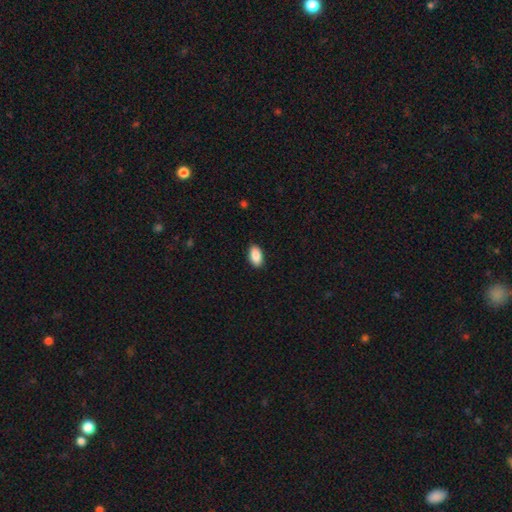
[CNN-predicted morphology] Smooth or featured?
  - smooth: 89% *
  - star or artifact: 7%
  - featured or disk: 5%
How rounded?
  - in between: 94% *
  - round: 4%
  - cigar-shaped: 2%
Merging?
  - none: 89% *
  - minor disturbance: 8%
  - major disturbance: 2%
  - merger: 1%